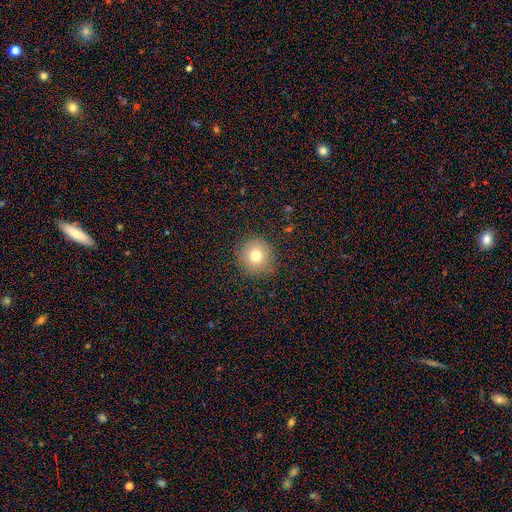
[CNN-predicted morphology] Smooth or featured?
  - smooth: 75% *
  - star or artifact: 14%
  - featured or disk: 11%
How rounded?
  - round: 93% *
  - in between: 6%
  - cigar-shaped: 1%
Merging?
  - none: 87% *
  - minor disturbance: 9%
  - major disturbance: 3%
  - merger: 1%